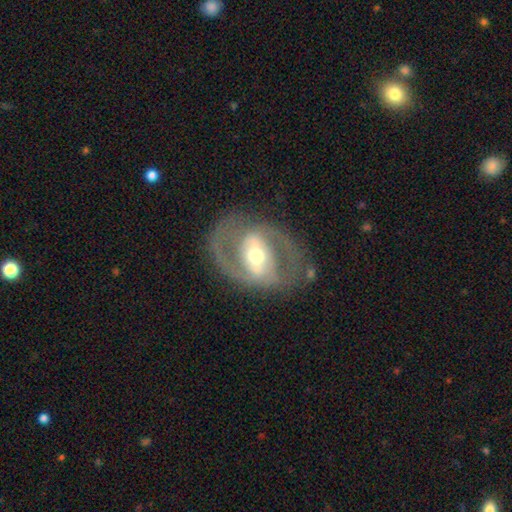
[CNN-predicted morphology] This is clearly a featured or disk galaxy (82%). It is clearly not viewed edge-on (95%). Bar: marginally strong (40%). Spiral arm pattern: likely yes (74%). Spiral arm count: clearly 2 (84%). Spiral winding: possibly medium (50%). Central bulge: likely moderate (68%). Merging: likely none (74%).